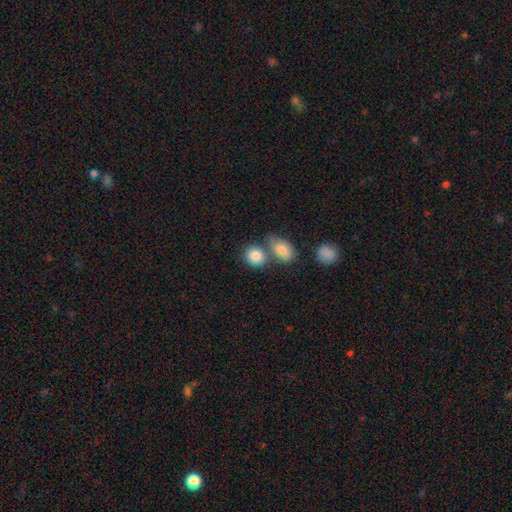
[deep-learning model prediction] The model was most divided on "merging": none: 48%, merger: 37%, minor disturbance: 11%, major disturbance: 4%. More confident: smooth or featured — smooth (86%); how rounded — round (64%).